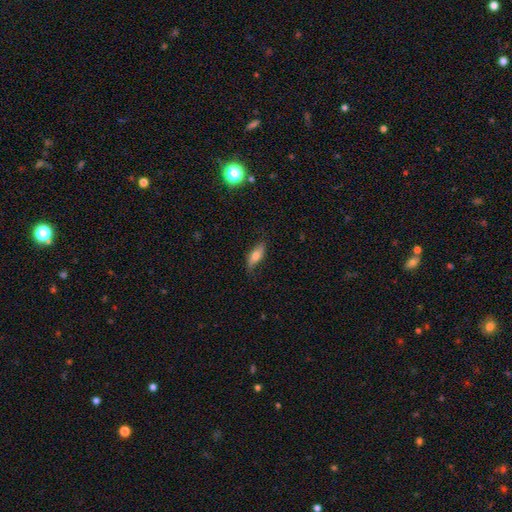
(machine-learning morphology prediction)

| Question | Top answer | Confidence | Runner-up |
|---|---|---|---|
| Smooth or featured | smooth | 66% | featured or disk (27%) |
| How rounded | in between | 69% | cigar-shaped (28%) |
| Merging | none | 73% | minor disturbance (21%) |